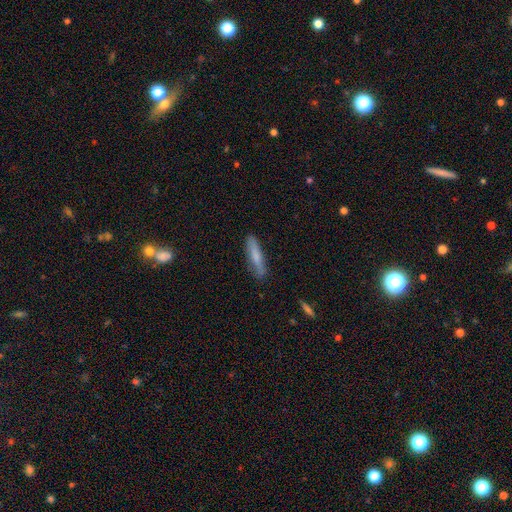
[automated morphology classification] This is likely a smooth galaxy (71%). How rounded: clearly cigar-shaped (86%). Merging: clearly none (83%).